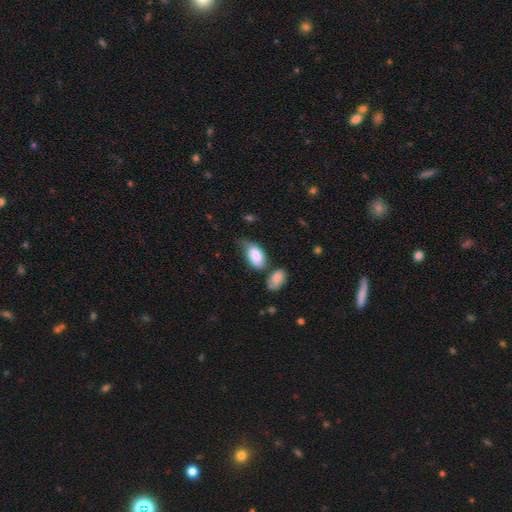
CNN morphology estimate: This appears to be a smooth galaxy with no disk features (84%) that is in between round and cigar-shaped (93%). Merging: minor disturbance (36%).